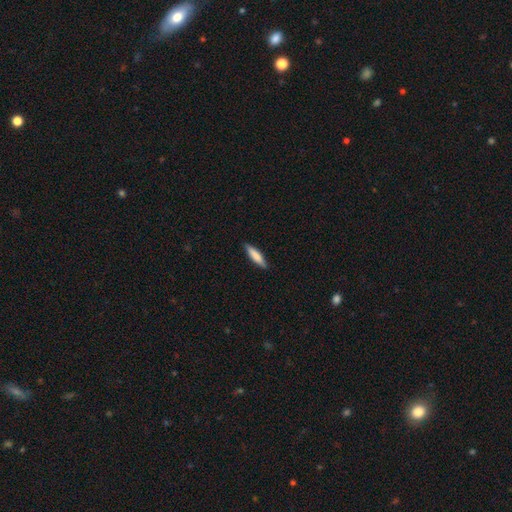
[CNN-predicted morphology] smooth 80%, featured or disk 14%, star or artifact 6%. Down the decision tree: how rounded — cigar-shaped (74%); merging — none (87%).